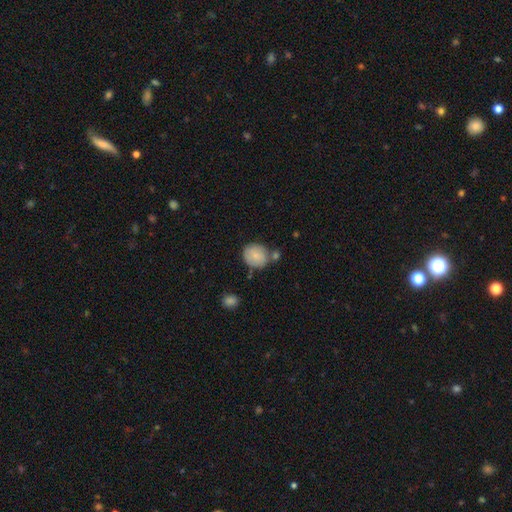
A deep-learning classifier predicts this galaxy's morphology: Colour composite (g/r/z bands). It shows a smooth galaxy with no disk features (80%) that is round (74%). Merging: none (59%).